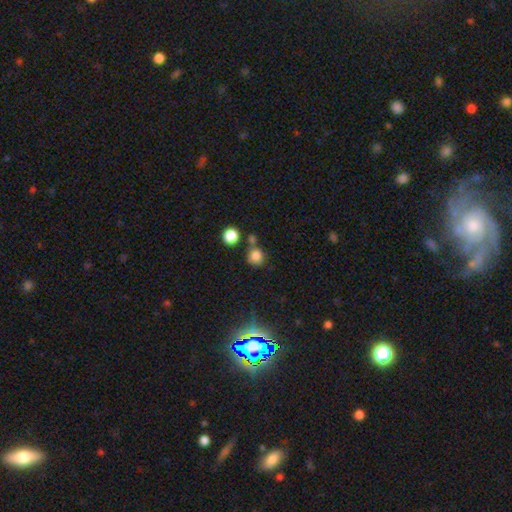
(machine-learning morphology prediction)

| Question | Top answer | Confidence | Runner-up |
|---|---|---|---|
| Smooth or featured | smooth | 80% | star or artifact (14%) |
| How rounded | round | 87% | in between (12%) |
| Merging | none | 67% | merger (18%) |